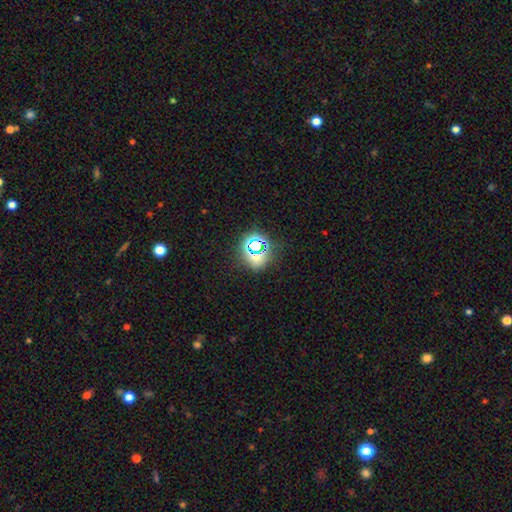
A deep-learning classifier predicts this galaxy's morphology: A star or artifact, not a galaxy (56%).